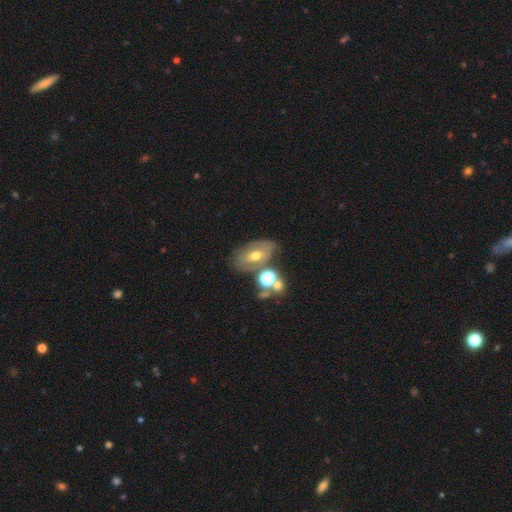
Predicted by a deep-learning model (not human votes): Q: Smooth or featured?
A: smooth (44%); runner-up: featured or disk (40%)
Q: Merging?
A: none (53%); runner-up: minor disturbance (19%)